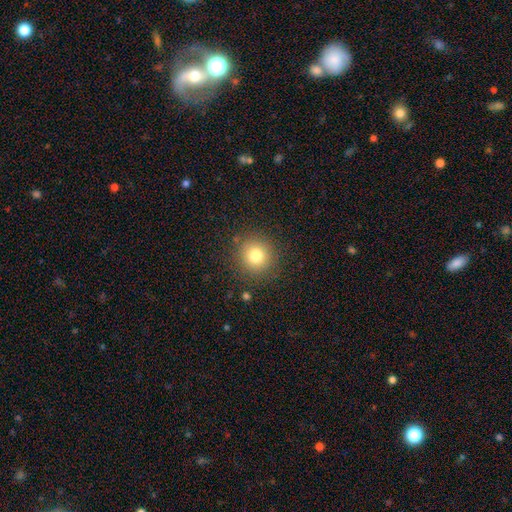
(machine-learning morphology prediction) A smooth galaxy with no disk features (78%) that is round (93%).

Vote fractions:
- Smooth or featured? smooth: 78% / star or artifact: 13% / featured or disk: 9%
- How rounded? round: 93% / in between: 6% / cigar-shaped: 1%
- Merging? none: 87% / minor disturbance: 8% / major disturbance: 3% / merger: 2%